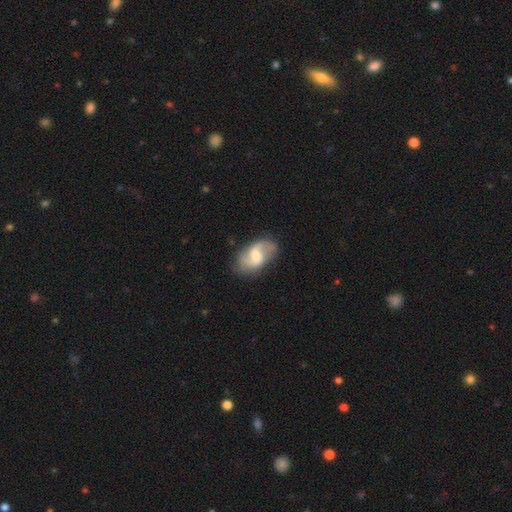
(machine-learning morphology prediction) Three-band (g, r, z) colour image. It shows a featured or disk galaxy (75%) with a weak bar (56%), 2 (87%) loose (49%) spiral arms (93%) and a moderate central bulge (53%). Merging: none (75%).